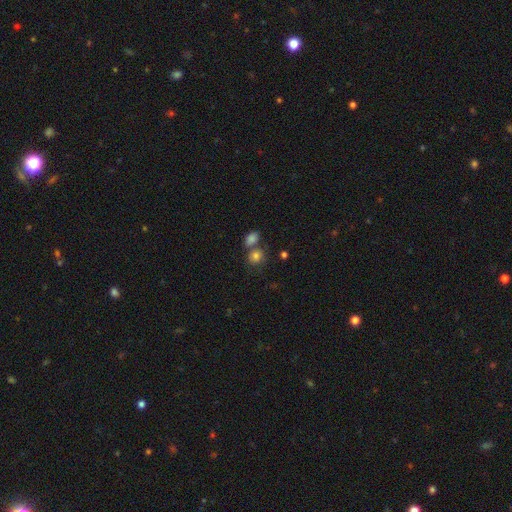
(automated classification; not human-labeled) Q: Smooth or featured?
A: smooth (80%); runner-up: star or artifact (12%)
Q: How rounded?
A: round (72%); runner-up: in between (27%)
Q: Merging?
A: none (55%); runner-up: merger (31%)